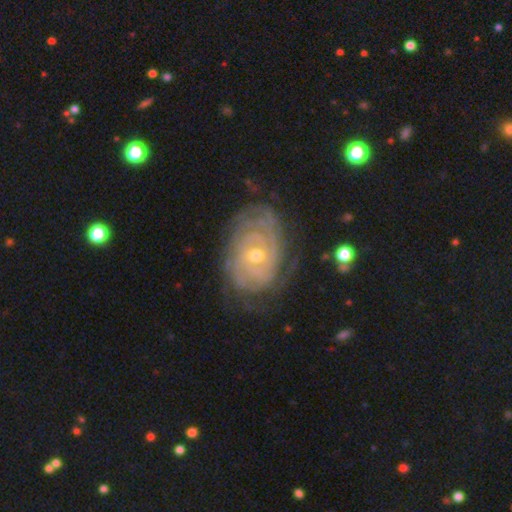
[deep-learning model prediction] smooth_or_featured: featured or disk (p=0.83) [alt: smooth p=0.09]
disk_edge_on: no (p=0.96) [alt: yes p=0.04]
bar: no (p=0.65) [alt: weak p=0.27]
has_spiral_arms: yes (p=0.94) [alt: no p=0.06]
spiral_winding: tight (p=0.79) [alt: medium p=0.17]
spiral_arm_count: can't tell (p=0.43) [alt: 2 p=0.15]
bulge_size: small (p=0.52) [alt: moderate p=0.45]
merging: none (p=0.75) [alt: minor disturbance p=0.17]